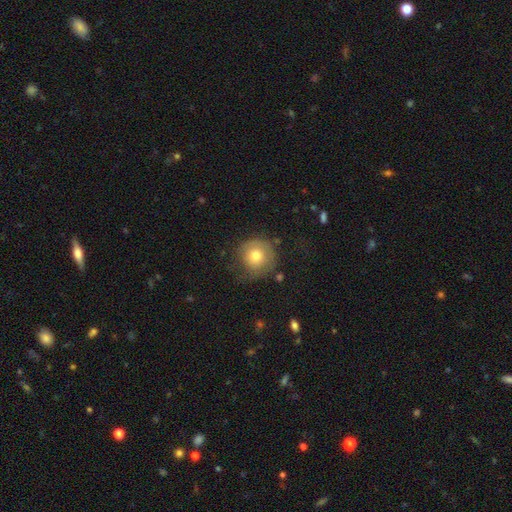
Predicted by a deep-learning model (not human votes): This is likely a smooth galaxy (67%). How rounded: clearly round (92%). Merging: possibly none (58%).